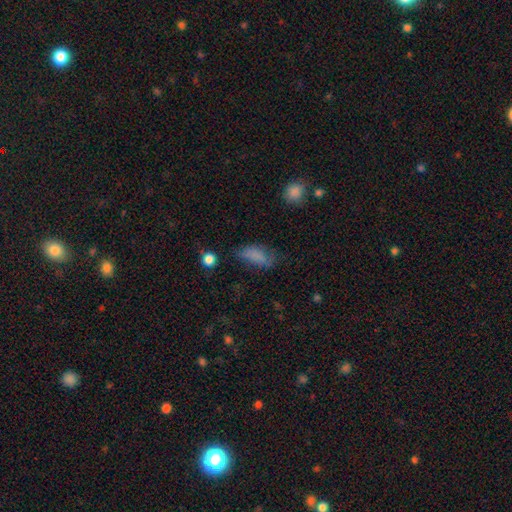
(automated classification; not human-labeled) Overall: smooth (76%). How rounded: in between (83%). Merging: none (51%; minor disturbance 30%).